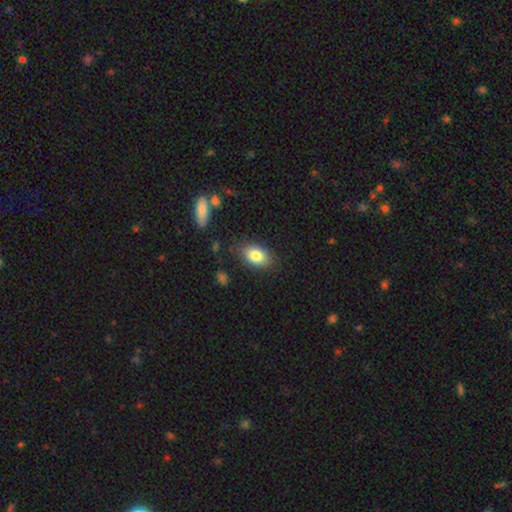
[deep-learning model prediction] A smooth galaxy with no disk features (82%) that is in between round and cigar-shaped (87%).

Vote fractions:
- Smooth or featured? smooth: 82% / featured or disk: 10% / star or artifact: 8%
- How rounded? in between: 87% / round: 11% / cigar-shaped: 2%
- Merging? none: 81% / minor disturbance: 13% / major disturbance: 4% / merger: 2%